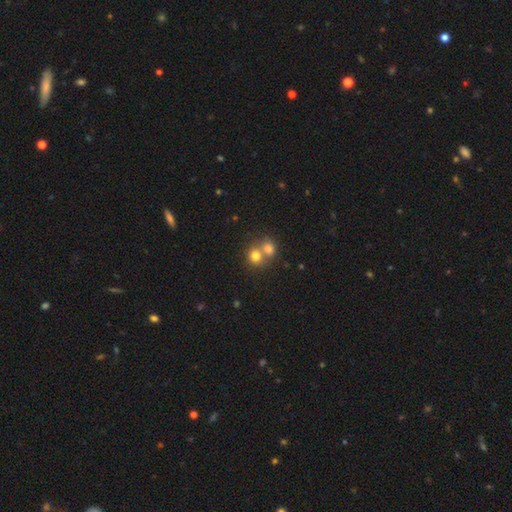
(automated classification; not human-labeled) Smooth or featured? Predicted: smooth (p=0.75). How rounded? Predicted: round (p=0.77). Merging? Predicted: merger (p=0.62).